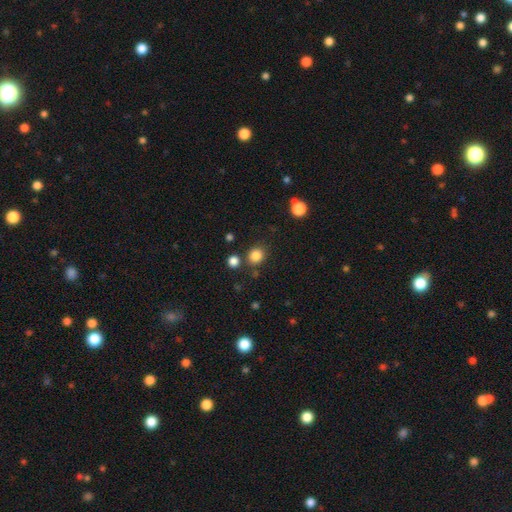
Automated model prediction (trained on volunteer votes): smooth_or_featured: smooth (p=0.84) [alt: star or artifact p=0.12]
how_rounded: round (p=0.81) [alt: in between p=0.18]
merging: none (p=0.79) [alt: minor disturbance p=0.09]